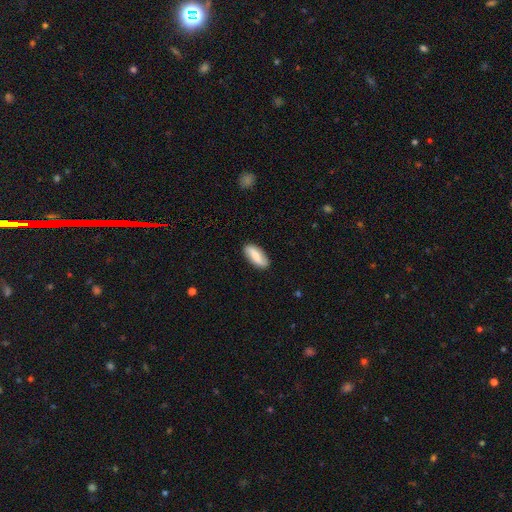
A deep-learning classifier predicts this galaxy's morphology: Smooth or featured? smooth (68%)
How rounded? in between (82%)
Merging? none (88%)